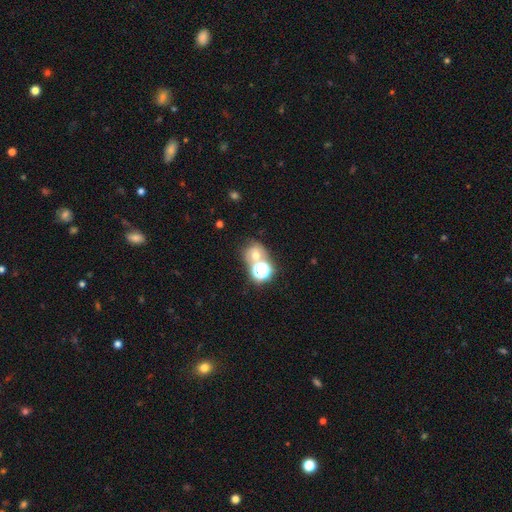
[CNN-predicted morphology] smooth-or-featured: smooth: 51% | star or artifact: 28% | featured or disk: 21%
  how-rounded: round: 70% | in between: 29% | cigar-shaped: 1%
  merging: merger: 43% | none: 39% | minor disturbance: 11% | major disturbance: 8%